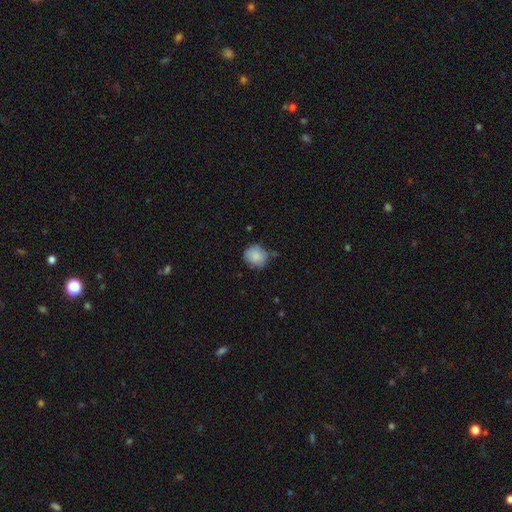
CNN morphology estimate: Smooth or featured? smooth (85%)
How rounded? round (79%)
Merging? none (66%)